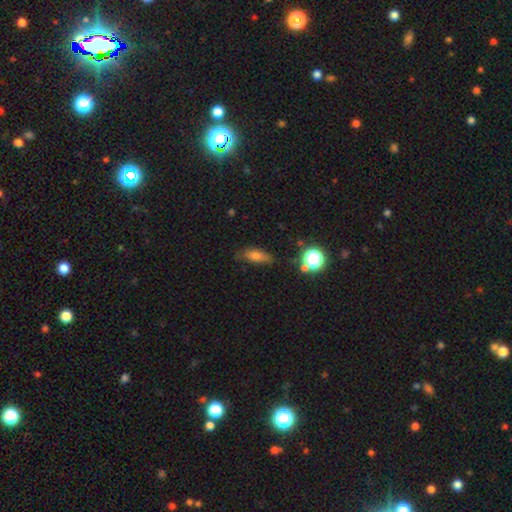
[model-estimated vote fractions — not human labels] Overall: smooth (69%). How rounded: in between (65%; cigar-shaped 27%). Merging: none (66%).